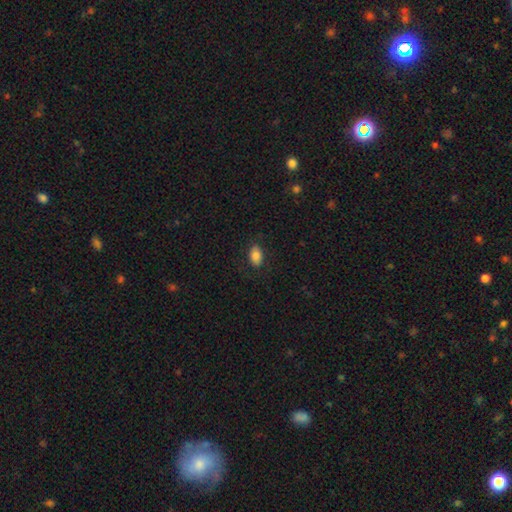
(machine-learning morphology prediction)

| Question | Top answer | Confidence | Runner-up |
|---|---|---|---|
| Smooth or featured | smooth | 83% | featured or disk (9%) |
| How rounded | in between | 89% | round (9%) |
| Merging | none | 84% | minor disturbance (11%) |